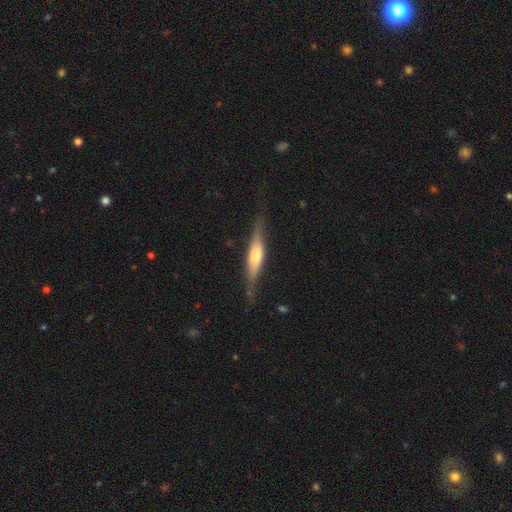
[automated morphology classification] A featured or disk galaxy (57%) viewed edge-on (91%) with a rounded central bulge (66%).

Vote fractions:
- Smooth or featured? featured or disk: 57% / smooth: 37% / star or artifact: 6%
- Edge-on disk? yes: 91% / no: 9%
- Edge-on bulge? rounded: 66% / boxy: 25% / none: 10%
- Merging? none: 76% / minor disturbance: 17% / major disturbance: 5% / merger: 2%